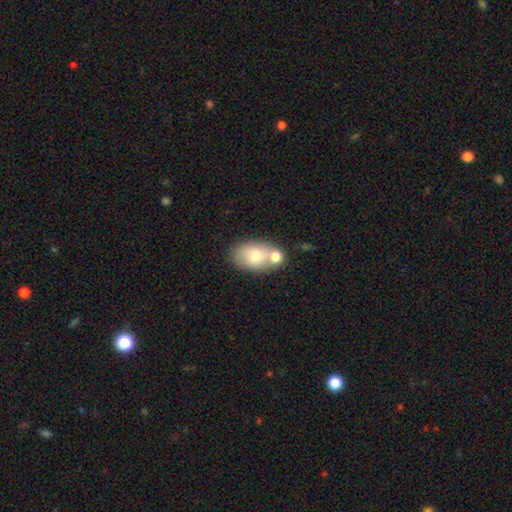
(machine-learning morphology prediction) A smooth galaxy with no disk features (73%) that is in between round and cigar-shaped (86%).

Vote fractions:
- Smooth or featured? smooth: 73% / featured or disk: 19% / star or artifact: 8%
- How rounded? in between: 86% / round: 12% / cigar-shaped: 1%
- Merging? none: 52% / merger: 29% / minor disturbance: 15% / major disturbance: 5%